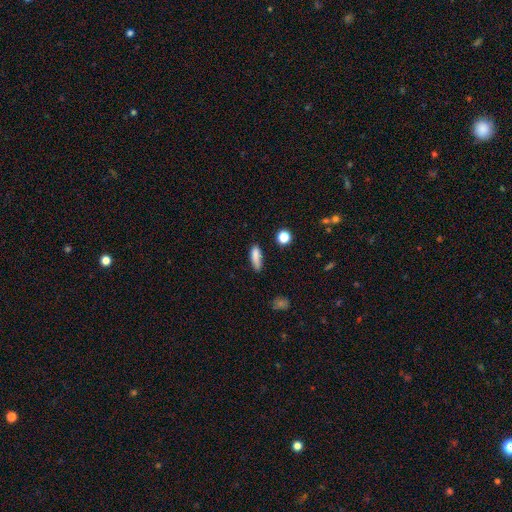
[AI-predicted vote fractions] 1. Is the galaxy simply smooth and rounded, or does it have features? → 82% smooth, 9% star or artifact, 8% featured or disk.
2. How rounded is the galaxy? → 50% cigar-shaped, 47% in between, 3% round.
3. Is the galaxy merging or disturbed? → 67% none, 25% minor disturbance, 5% major disturbance, 3% merger.